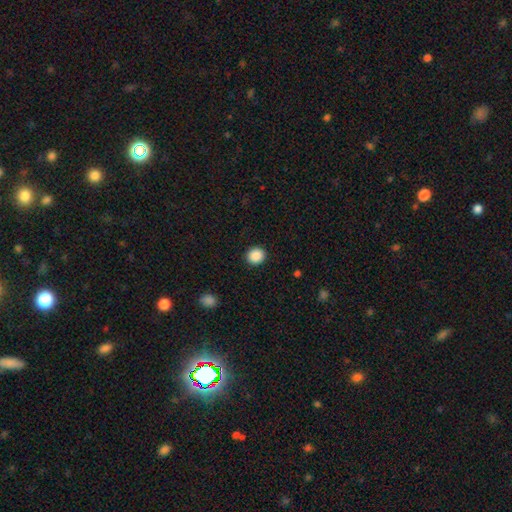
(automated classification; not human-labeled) Overall: smooth (89%). How rounded: round (90%). Merging: none (92%).